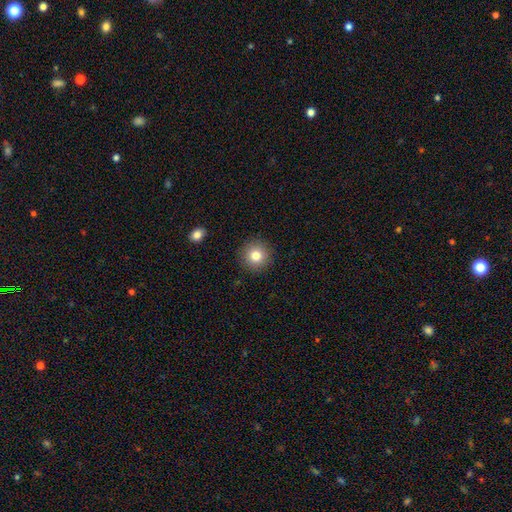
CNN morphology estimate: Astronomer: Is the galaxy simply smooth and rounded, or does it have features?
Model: smooth — 80%.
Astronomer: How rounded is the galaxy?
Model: round — 95%.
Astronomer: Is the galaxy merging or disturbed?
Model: none — 91%.